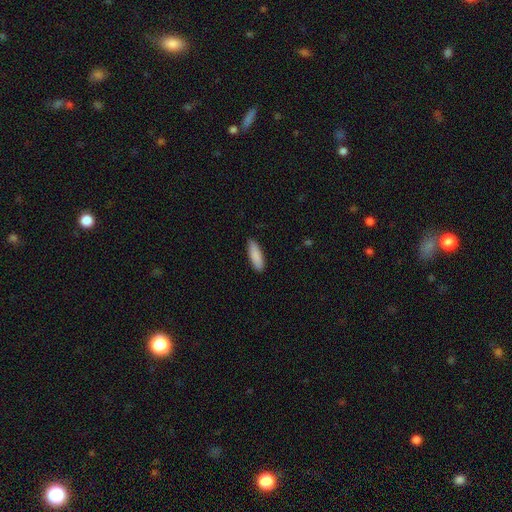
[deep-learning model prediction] A smooth galaxy with no disk features (89%) that is cigar-shaped (52%).

Vote fractions:
- Smooth or featured? smooth: 89% / featured or disk: 6% / star or artifact: 5%
- How rounded? cigar-shaped: 52% / in between: 47% / round: 2%
- Merging? none: 89% / minor disturbance: 8% / major disturbance: 2% / merger: 1%